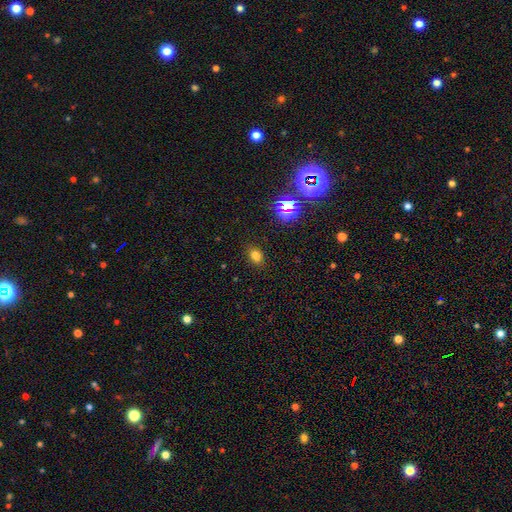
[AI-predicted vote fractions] Smooth or featured: smooth — 73% (star or artifact — 20%)
How rounded: in between — 74% (round — 24%)
Merging: none — 86% (minor disturbance — 9%)